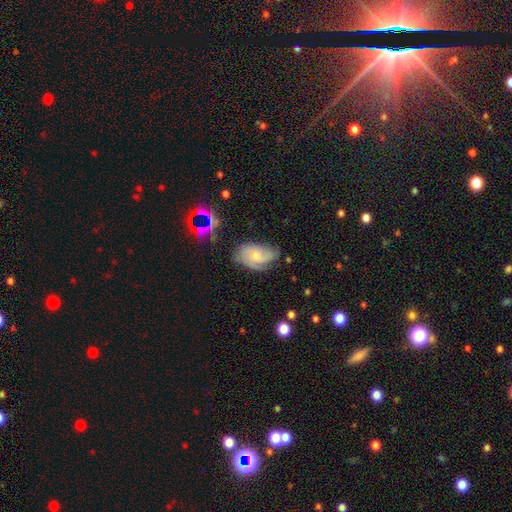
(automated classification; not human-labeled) Morphology: type=featured or disk (56%); edge-on=no (96%); bar=no (74%); spiral arms=yes (86%); bulge=small (61%); merging=none (56%).